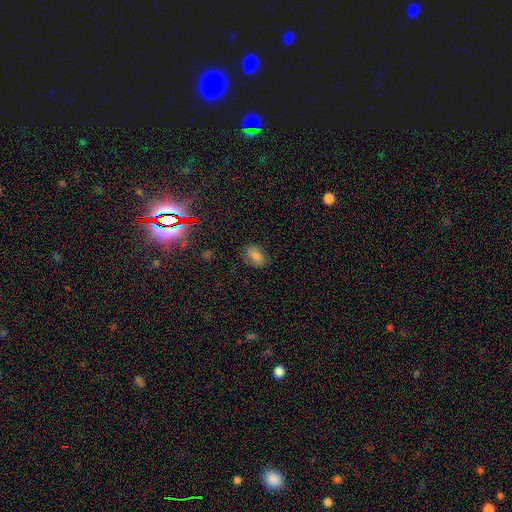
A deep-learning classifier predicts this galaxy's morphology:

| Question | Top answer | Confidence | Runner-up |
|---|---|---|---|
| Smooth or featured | smooth | 76% | star or artifact (15%) |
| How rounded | in between | 77% | round (22%) |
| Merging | none | 79% | minor disturbance (16%) |